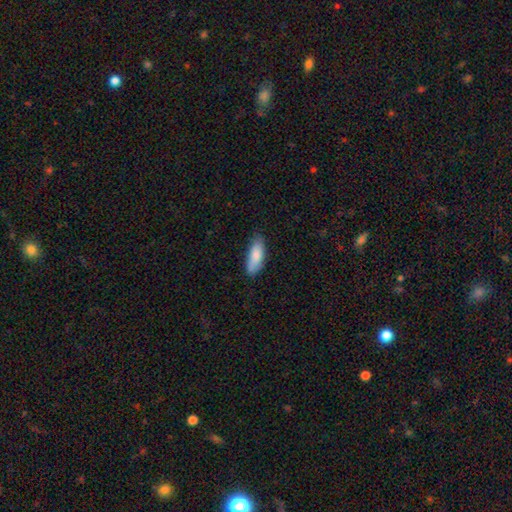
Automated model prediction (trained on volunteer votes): A smooth galaxy with no disk features (82%) that is in between round and cigar-shaped (72%). Merging: none (72%).